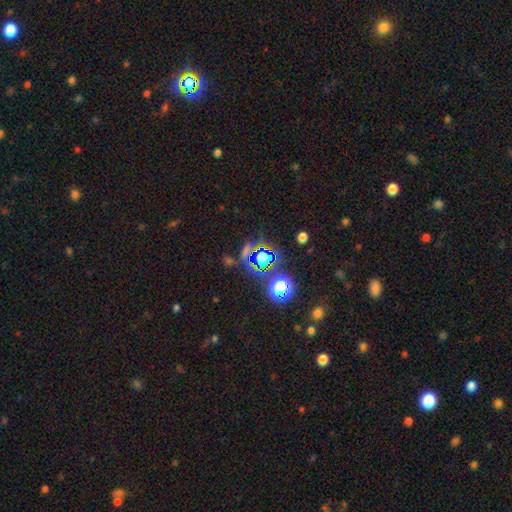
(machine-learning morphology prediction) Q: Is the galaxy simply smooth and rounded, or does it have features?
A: star or artifact — 74%.